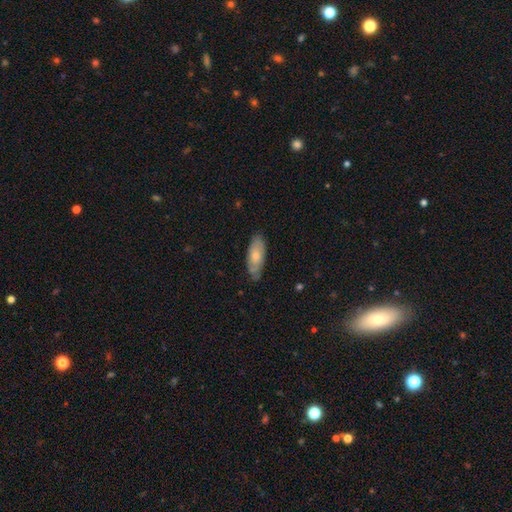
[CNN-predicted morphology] Smooth or featured?
  - smooth: 64% *
  - featured or disk: 30%
  - star or artifact: 6%
How rounded?
  - in between: 78% *
  - cigar-shaped: 20%
  - round: 2%
Merging?
  - none: 73% *
  - minor disturbance: 22%
  - major disturbance: 4%
  - merger: 1%